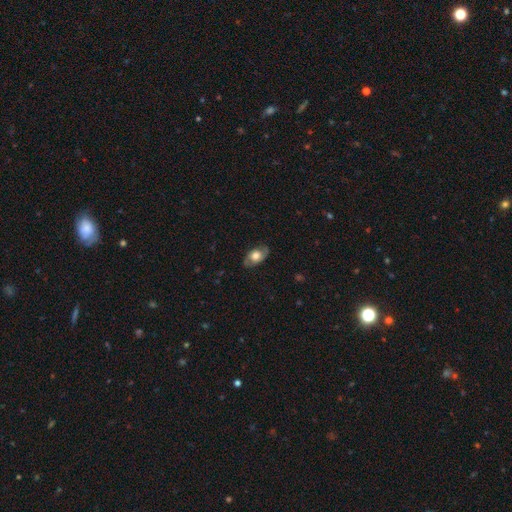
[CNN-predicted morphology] This appears to be a smooth galaxy with no disk features (48%). Merging: none (79%).